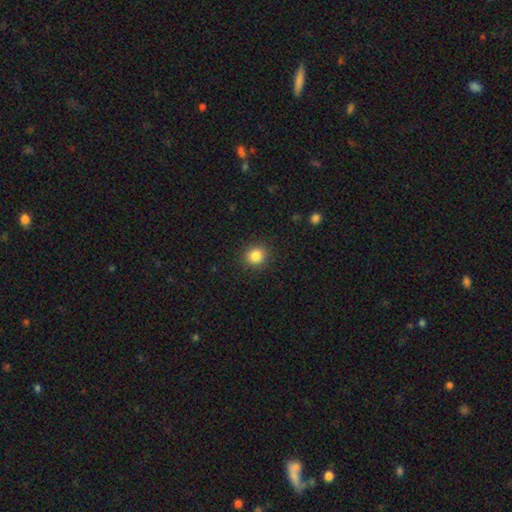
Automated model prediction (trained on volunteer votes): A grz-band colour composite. It shows a smooth galaxy with no disk features (85%) that is round (86%). Merging: none (90%).